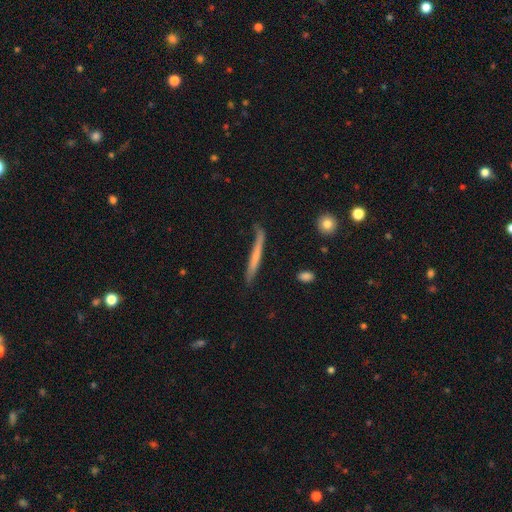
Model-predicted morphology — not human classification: smooth-or-featured: smooth: 51% | featured or disk: 42% | star or artifact: 6%
  how-rounded: cigar-shaped: 96% | in between: 3% | round: 2%
  merging: none: 69% | minor disturbance: 23% | major disturbance: 6% | merger: 2%